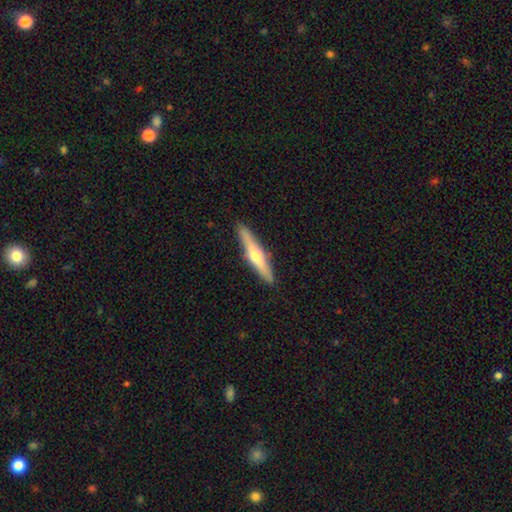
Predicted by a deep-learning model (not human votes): Q: Smooth or featured?
A: featured or disk (58%); runner-up: smooth (36%)
Q: Edge-on disk?
A: yes (96%); runner-up: no (4%)
Q: Edge-on bulge?
A: rounded (90%); runner-up: none (7%)
Q: Merging?
A: none (90%); runner-up: minor disturbance (7%)